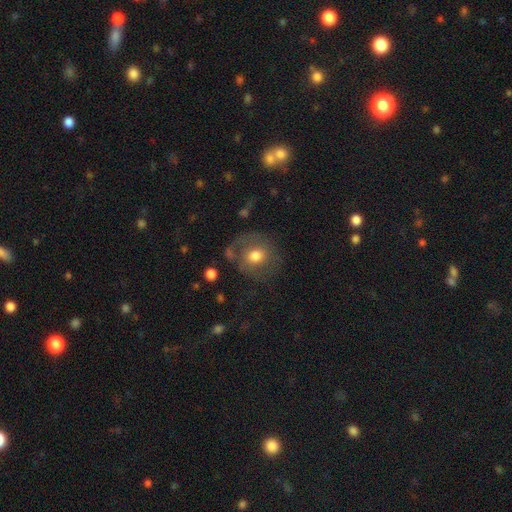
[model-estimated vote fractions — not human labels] smooth_or_featured: smooth (p=0.59) [alt: featured or disk p=0.31]
how_rounded: round (p=0.80) [alt: in between p=0.19]
merging: none (p=0.59) [alt: minor disturbance p=0.19]